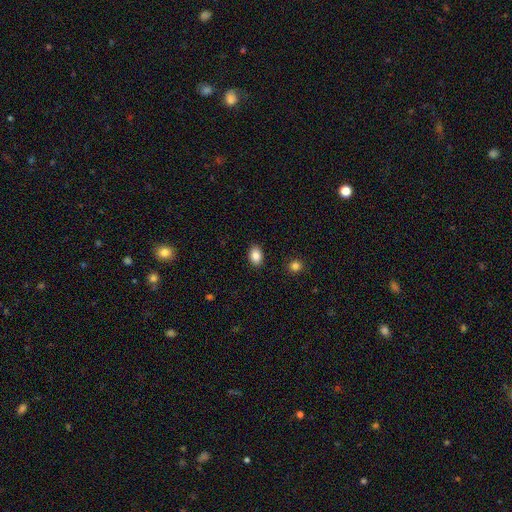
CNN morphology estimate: A smooth galaxy with no disk features (87%) that is in between round and cigar-shaped (77%). Merging: none (88%).